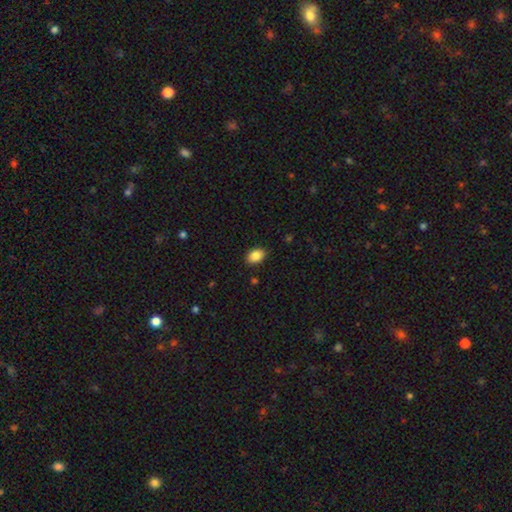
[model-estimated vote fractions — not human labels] smooth-or-featured: smooth: 86% | star or artifact: 8% | featured or disk: 5%
  how-rounded: in between: 82% | round: 17% | cigar-shaped: 1%
  merging: none: 88% | minor disturbance: 9% | major disturbance: 2% | merger: 1%